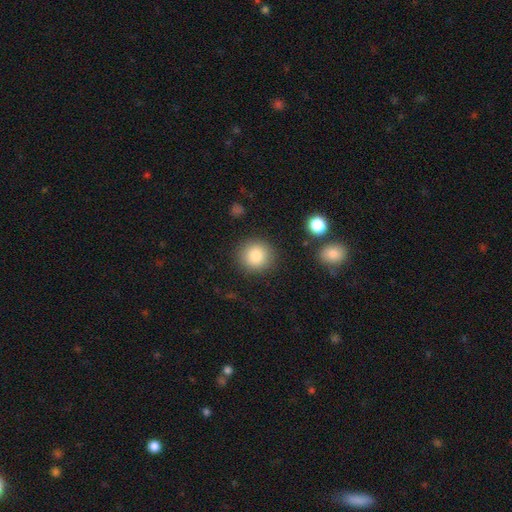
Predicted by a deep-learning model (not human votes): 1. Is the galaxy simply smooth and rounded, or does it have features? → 84% smooth, 9% star or artifact, 7% featured or disk.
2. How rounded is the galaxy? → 93% round, 6% in between, 1% cigar-shaped.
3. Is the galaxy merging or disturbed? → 88% none, 7% minor disturbance, 3% major disturbance, 2% merger.